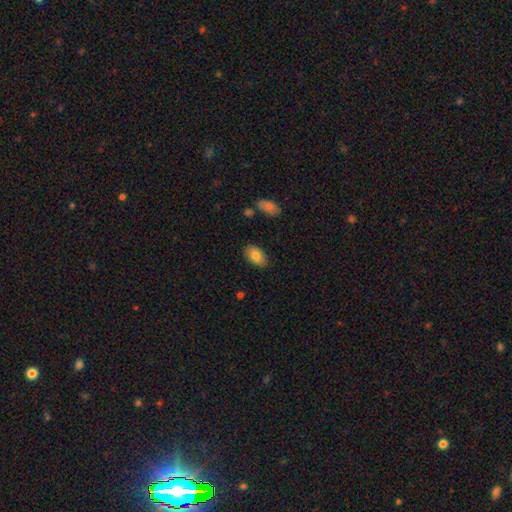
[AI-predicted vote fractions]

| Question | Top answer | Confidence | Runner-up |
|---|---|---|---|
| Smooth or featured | smooth | 82% | featured or disk (11%) |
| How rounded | in between | 93% | round (6%) |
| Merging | none | 86% | minor disturbance (10%) |